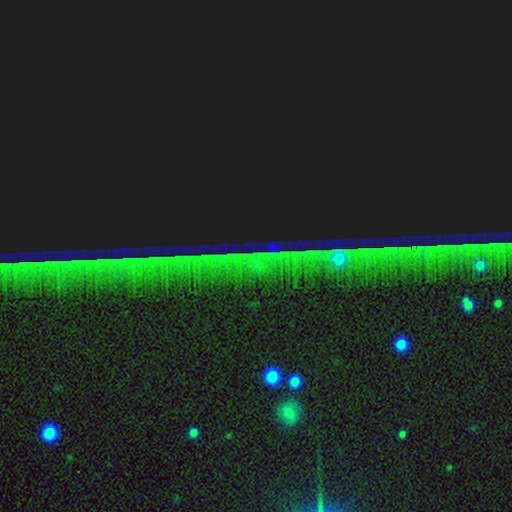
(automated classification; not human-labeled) A star or artifact, not a galaxy (85%).